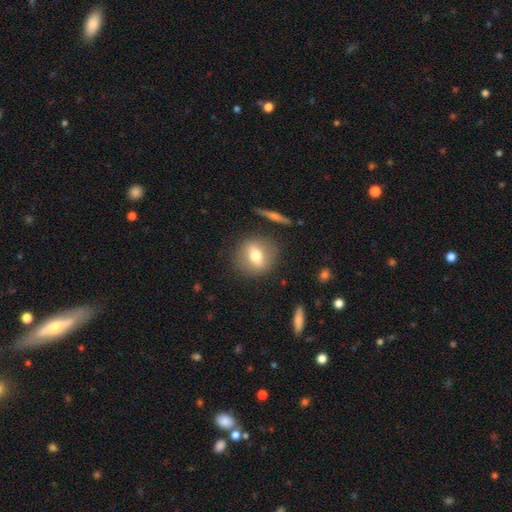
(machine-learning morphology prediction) A smooth galaxy with no disk features (61%) that is round (67%). Merging: none (83%).